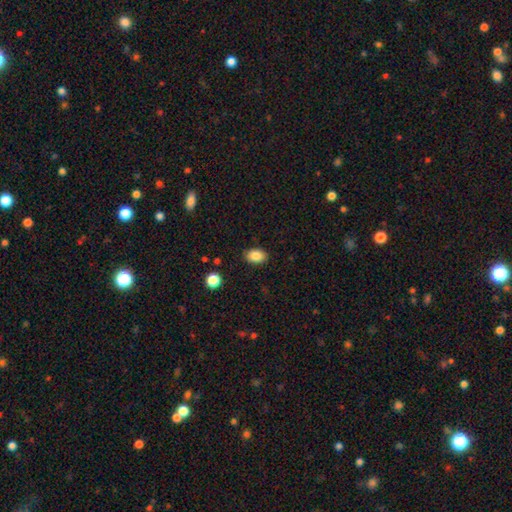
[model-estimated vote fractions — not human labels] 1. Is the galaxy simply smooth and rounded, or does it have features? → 86% smooth, 9% star or artifact, 5% featured or disk.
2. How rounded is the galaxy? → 82% in between, 17% round, 1% cigar-shaped.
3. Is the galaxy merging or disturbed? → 87% none, 9% minor disturbance, 2% major disturbance, 1% merger.